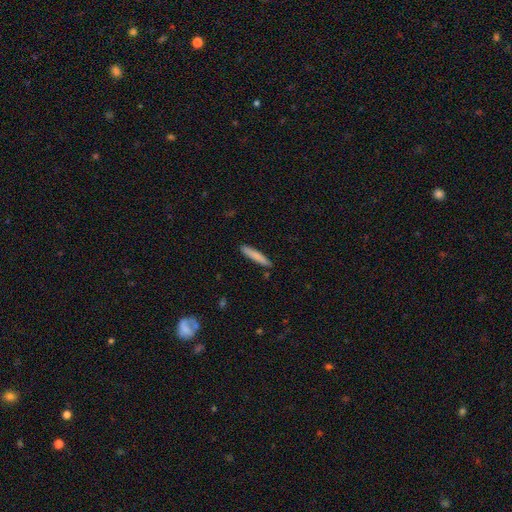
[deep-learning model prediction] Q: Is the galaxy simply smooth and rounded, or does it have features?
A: smooth — 81%.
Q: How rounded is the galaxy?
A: cigar-shaped — 92%.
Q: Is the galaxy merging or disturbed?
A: none — 88%.